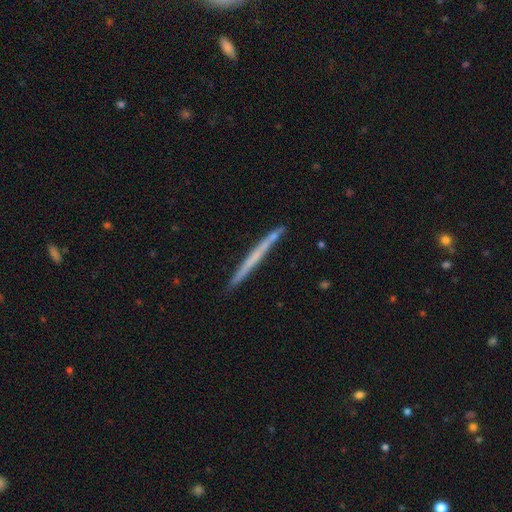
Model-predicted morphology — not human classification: This appears to be a featured or disk galaxy (51%) viewed edge-on (97%). Merging: none (87%).